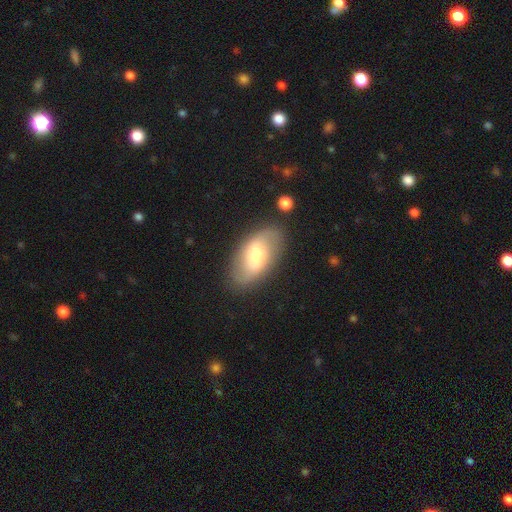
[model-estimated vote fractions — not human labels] The model was most divided on "smooth or featured": featured or disk: 49%, smooth: 43%, star or artifact: 7%. More confident: merging — none (78%).